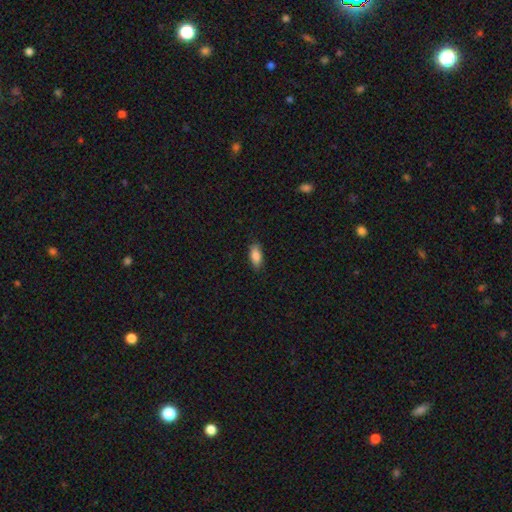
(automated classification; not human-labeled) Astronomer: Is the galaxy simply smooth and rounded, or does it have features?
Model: smooth — 87%.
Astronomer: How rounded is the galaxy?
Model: in between — 87%.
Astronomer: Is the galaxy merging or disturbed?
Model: none — 83%.